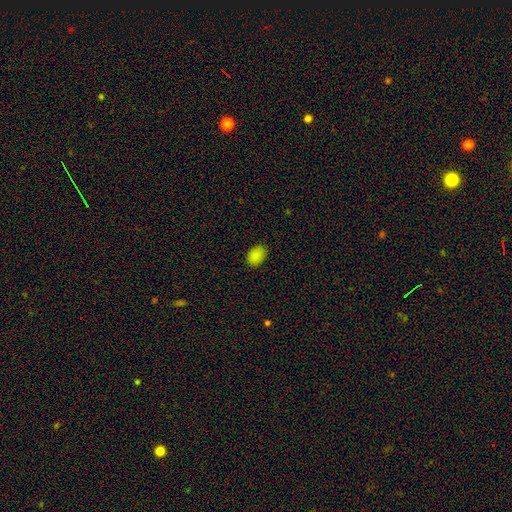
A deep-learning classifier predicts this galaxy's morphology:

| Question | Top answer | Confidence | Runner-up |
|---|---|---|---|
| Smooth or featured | smooth | 86% | star or artifact (10%) |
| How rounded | in between | 84% | round (15%) |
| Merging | none | 86% | minor disturbance (11%) |